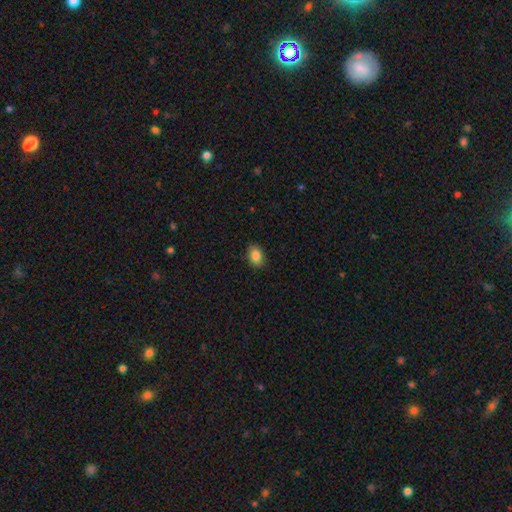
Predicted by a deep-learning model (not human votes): Smooth or featured?
  - smooth: 86% *
  - star or artifact: 9%
  - featured or disk: 5%
How rounded?
  - in between: 80% *
  - round: 19%
  - cigar-shaped: 1%
Merging?
  - none: 87% *
  - minor disturbance: 10%
  - major disturbance: 2%
  - merger: 1%